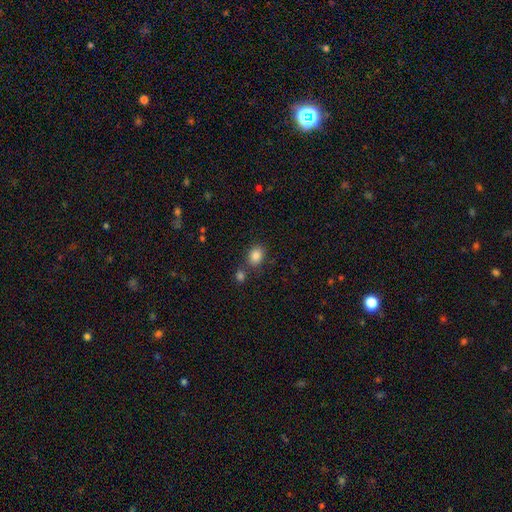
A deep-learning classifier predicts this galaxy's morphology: This appears to be a smooth galaxy with no disk features (85%) that is in between round and cigar-shaped (56%). Merging: none (71%).